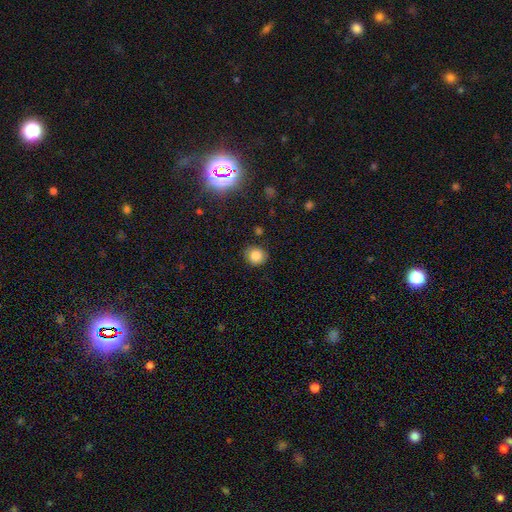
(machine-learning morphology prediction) smooth-or-featured: smooth: 83% | star or artifact: 11% | featured or disk: 6%
  how-rounded: round: 86% | in between: 13% | cigar-shaped: 1%
  merging: none: 86% | minor disturbance: 10% | major disturbance: 3% | merger: 2%